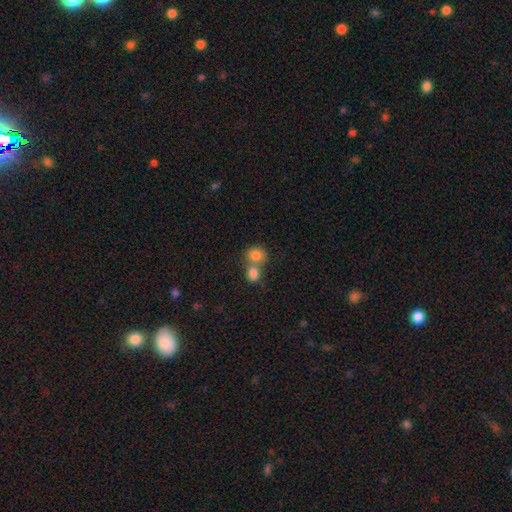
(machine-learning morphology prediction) type=smooth (82%); roundness=round (69%); merging=merger (56%).